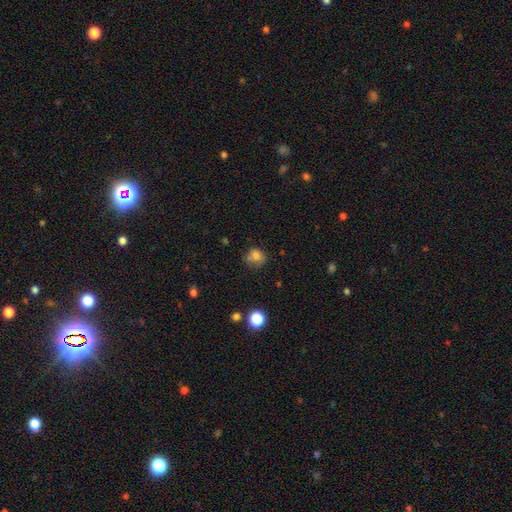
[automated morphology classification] smooth_or_featured: smooth (p=0.77) [alt: star or artifact p=0.13]
how_rounded: round (p=0.70) [alt: in between p=0.29]
merging: none (p=0.52) [alt: minor disturbance p=0.26]